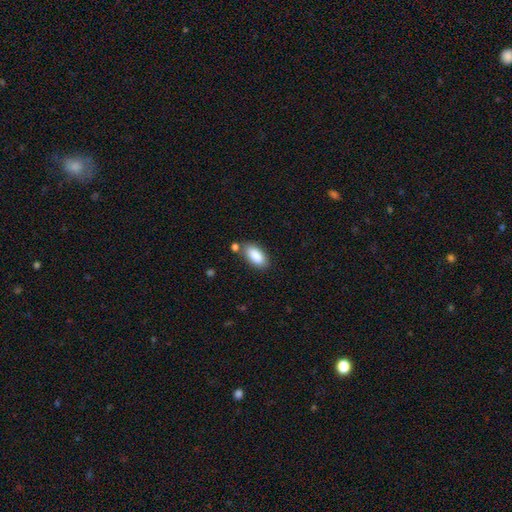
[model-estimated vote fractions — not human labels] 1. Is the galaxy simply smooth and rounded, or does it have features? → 88% smooth, 6% star or artifact, 5% featured or disk.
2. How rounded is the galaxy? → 91% in between, 6% cigar-shaped, 2% round.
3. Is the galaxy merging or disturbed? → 76% none, 13% minor disturbance, 8% merger, 3% major disturbance.